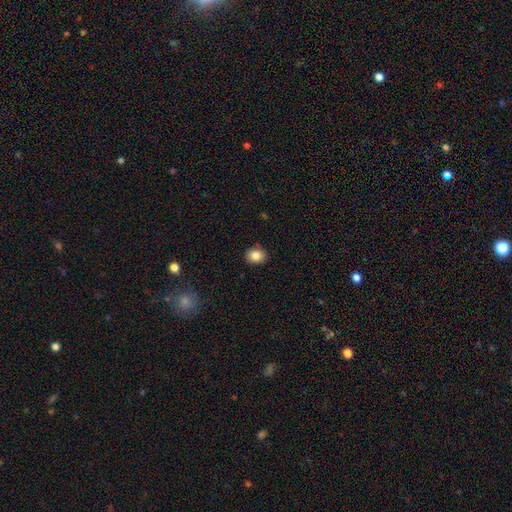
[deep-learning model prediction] A smooth galaxy with no disk features (84%) that is round (56%).

Vote fractions:
- Smooth or featured? smooth: 84% / star or artifact: 9% / featured or disk: 6%
- How rounded? round: 56% / in between: 43% / cigar-shaped: 1%
- Merging? none: 89% / minor disturbance: 8% / major disturbance: 2% / merger: 1%